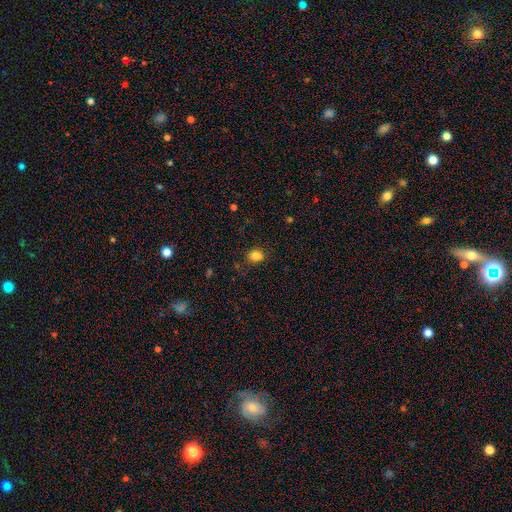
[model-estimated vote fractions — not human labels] The model was most divided on "how rounded": round: 55%, in between: 44%, cigar-shaped: 1%. More confident: smooth or featured — smooth (83%); merging — none (79%).